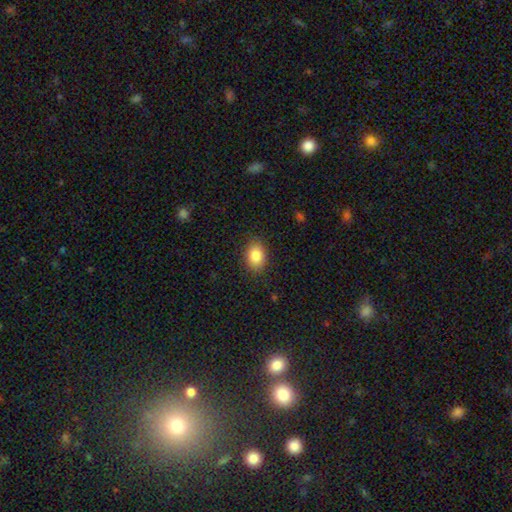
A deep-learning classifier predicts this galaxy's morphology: smooth-or-featured: smooth: 85% | star or artifact: 8% | featured or disk: 7%
  how-rounded: in between: 78% | round: 21% | cigar-shaped: 1%
  merging: none: 85% | minor disturbance: 11% | major disturbance: 3% | merger: 1%